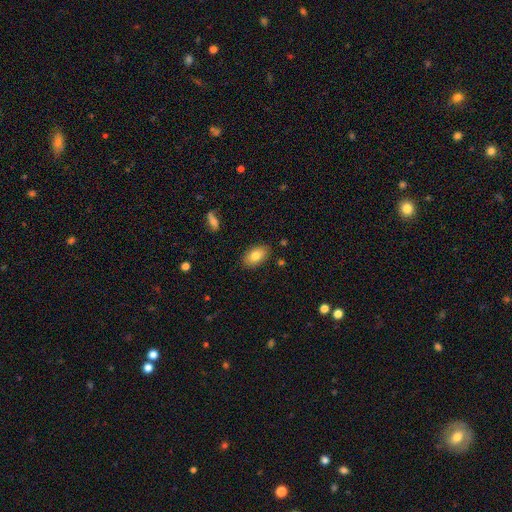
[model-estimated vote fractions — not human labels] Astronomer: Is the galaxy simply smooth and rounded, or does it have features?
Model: smooth — 80%.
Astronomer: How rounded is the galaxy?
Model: in between — 92%.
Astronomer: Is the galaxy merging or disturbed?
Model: none — 86%.